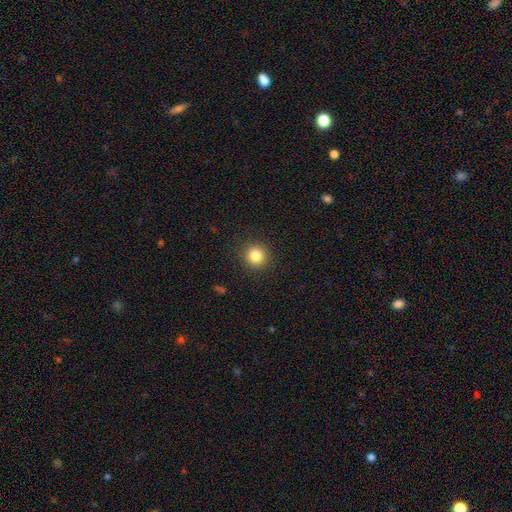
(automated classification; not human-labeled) Smooth or featured: smooth — 83% (star or artifact — 12%)
How rounded: round — 93% (in between — 6%)
Merging: none — 91% (minor disturbance — 5%)